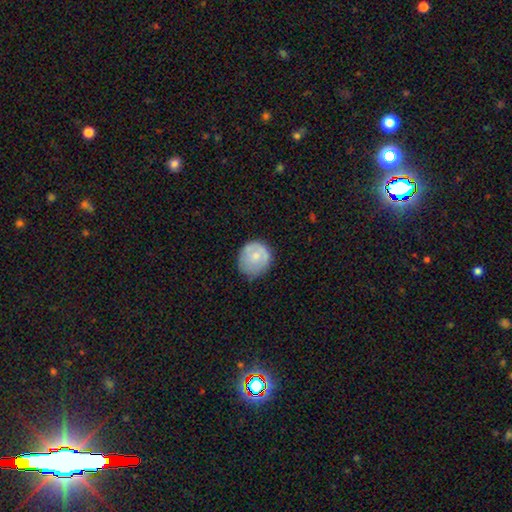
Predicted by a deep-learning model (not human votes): Q: Smooth or featured?
A: smooth (67%); runner-up: featured or disk (26%)
Q: How rounded?
A: round (84%); runner-up: in between (15%)
Q: Merging?
A: none (61%); runner-up: minor disturbance (29%)